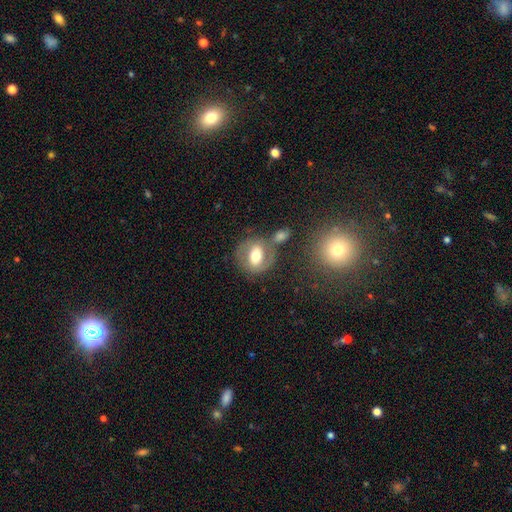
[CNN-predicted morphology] A smooth galaxy with no disk features (51%) that is round (57%).

Vote fractions:
- Smooth or featured? smooth: 51% / featured or disk: 40% / star or artifact: 8%
- How rounded? round: 57% / in between: 42% / cigar-shaped: 2%
- Merging? none: 57% / merger: 19% / minor disturbance: 15% / major disturbance: 9%